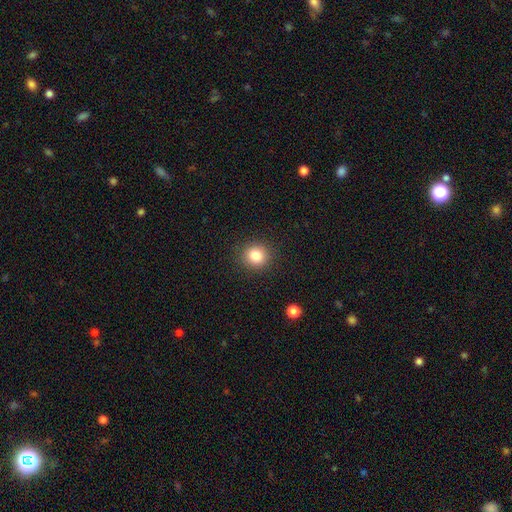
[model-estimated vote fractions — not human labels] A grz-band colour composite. It shows a smooth galaxy with no disk features (83%) that is round (89%). Merging: none (91%).